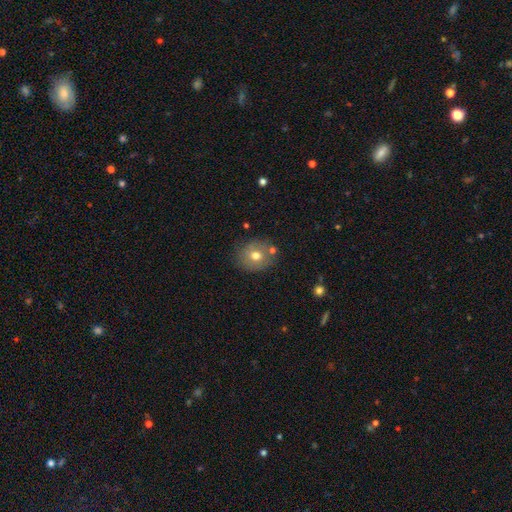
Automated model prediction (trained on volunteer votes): The model was most divided on "how rounded": round: 70%, in between: 29%, cigar-shaped: 1%. More confident: merging — none (74%); smooth or featured — smooth (68%).